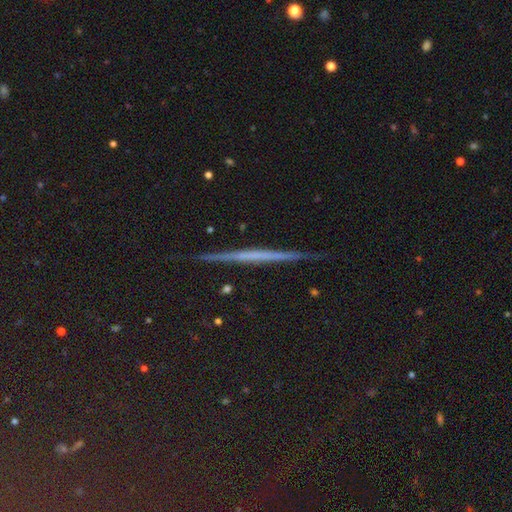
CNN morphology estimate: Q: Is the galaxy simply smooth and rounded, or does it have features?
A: featured or disk — 42%.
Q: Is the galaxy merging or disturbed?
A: none — 91%.